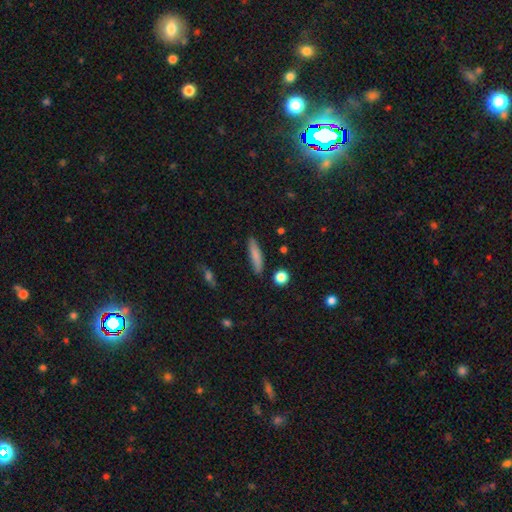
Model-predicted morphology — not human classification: Smooth or featured: smooth — 79% (featured or disk — 14%)
How rounded: cigar-shaped — 80% (in between — 17%)
Merging: none — 85% (minor disturbance — 11%)